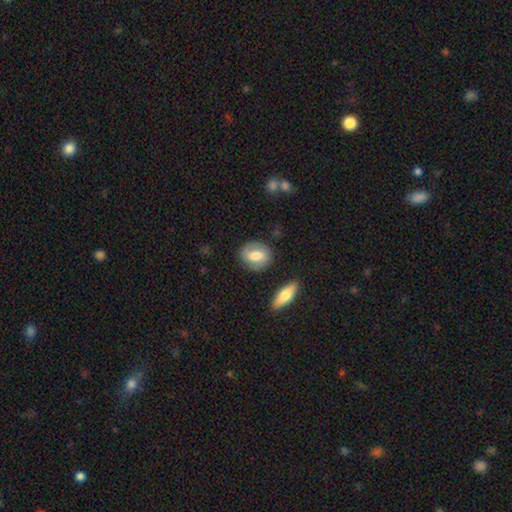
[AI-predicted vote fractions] smooth 55%, featured or disk 39%, star or artifact 6%. Down the decision tree: how rounded — in between (56%); merging — none (79%).